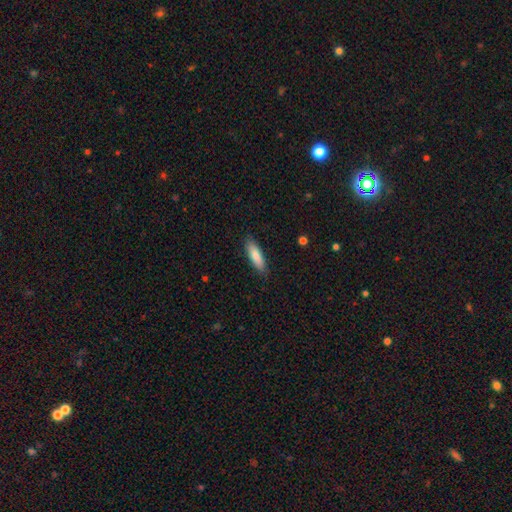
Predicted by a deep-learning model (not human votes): This is clearly a smooth galaxy (85%). How rounded: possibly cigar-shaped (53%). Merging: clearly none (87%).